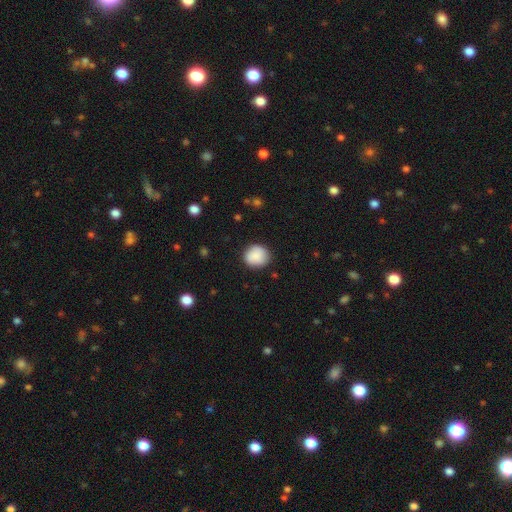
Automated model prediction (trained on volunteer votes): Morphology: type=smooth (88%); roundness=round (85%); merging=none (85%).